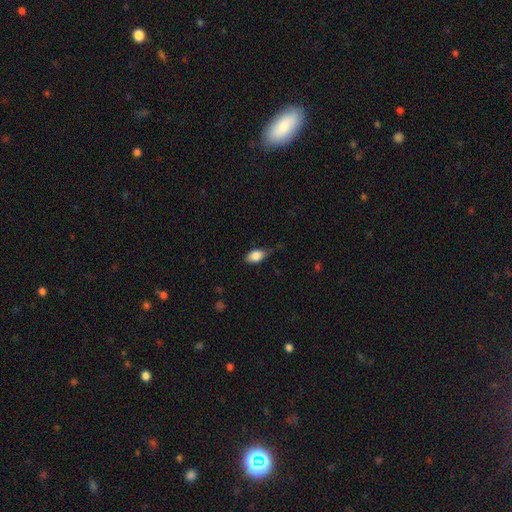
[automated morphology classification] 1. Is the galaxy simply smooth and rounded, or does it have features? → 84% smooth, 9% featured or disk, 7% star or artifact.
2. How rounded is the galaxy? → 90% in between, 5% round, 5% cigar-shaped.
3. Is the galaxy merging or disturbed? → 70% none, 24% minor disturbance, 4% major disturbance, 1% merger.